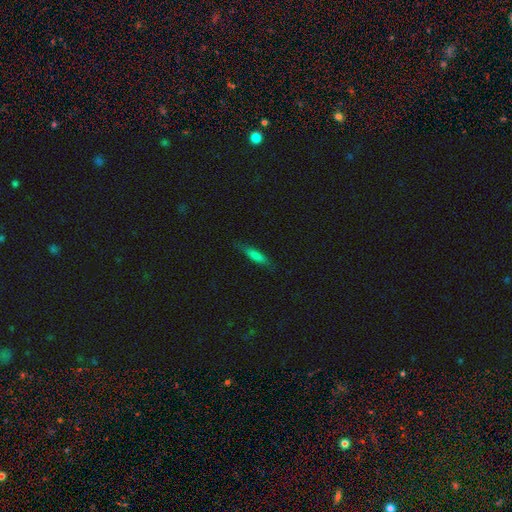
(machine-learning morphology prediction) A smooth galaxy with no disk features (74%) that is cigar-shaped (75%).

Vote fractions:
- Smooth or featured? smooth: 74% / featured or disk: 19% / star or artifact: 8%
- How rounded? cigar-shaped: 75% / in between: 23% / round: 2%
- Merging? none: 80% / minor disturbance: 16% / major disturbance: 3% / merger: 1%